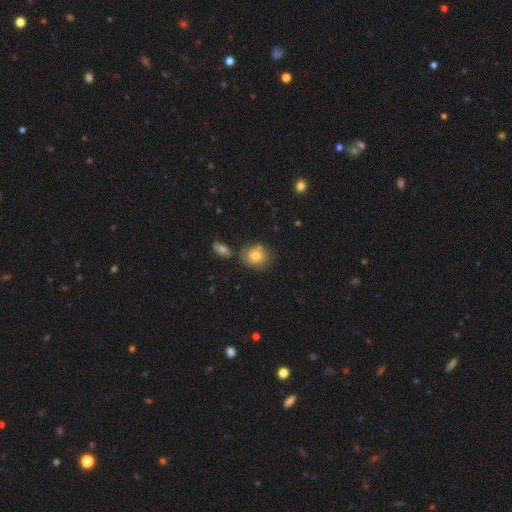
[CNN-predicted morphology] Q: Smooth or featured?
A: smooth (81%); runner-up: featured or disk (11%)
Q: How rounded?
A: round (65%); runner-up: in between (34%)
Q: Merging?
A: none (68%); runner-up: minor disturbance (16%)